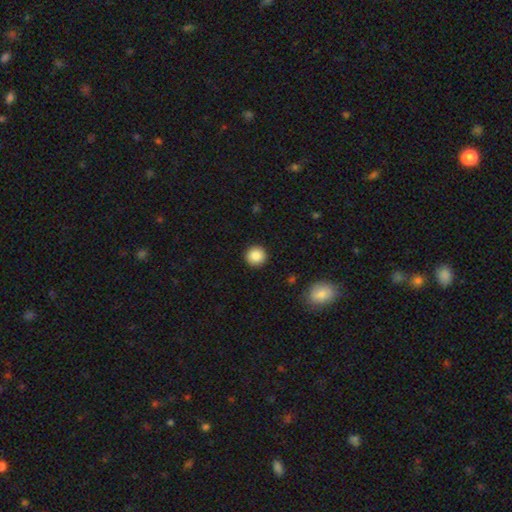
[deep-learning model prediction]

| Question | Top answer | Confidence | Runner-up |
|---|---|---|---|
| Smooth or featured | smooth | 88% | star or artifact (9%) |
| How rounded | round | 94% | in between (5%) |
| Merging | none | 92% | minor disturbance (6%) |